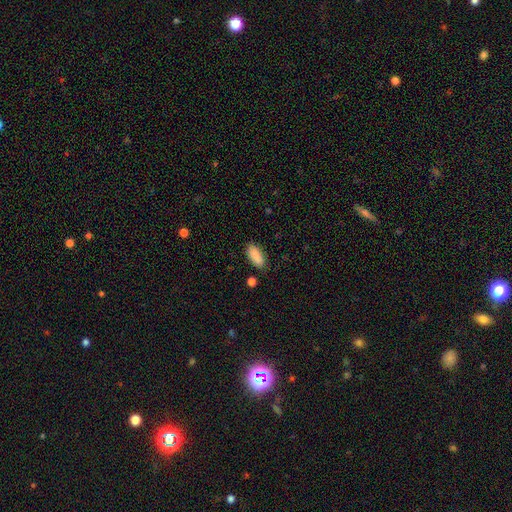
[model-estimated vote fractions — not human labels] Smooth or featured: smooth — 89% (star or artifact — 7%)
How rounded: in between — 82% (cigar-shaped — 16%)
Merging: none — 84% (minor disturbance — 11%)